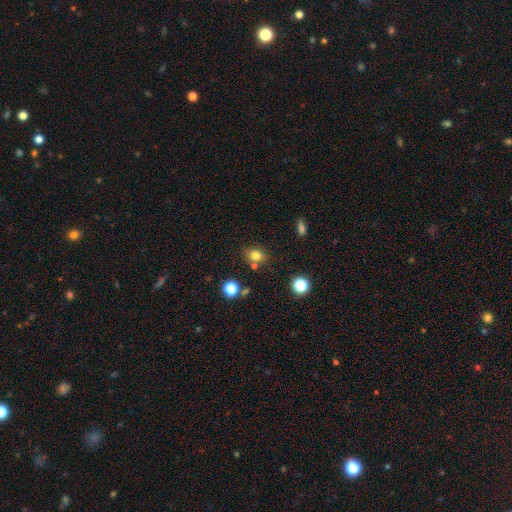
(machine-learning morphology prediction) The model was most divided on "how rounded": in between: 54%, round: 45%, cigar-shaped: 1%. More confident: smooth or featured — smooth (78%); merging — none (70%).